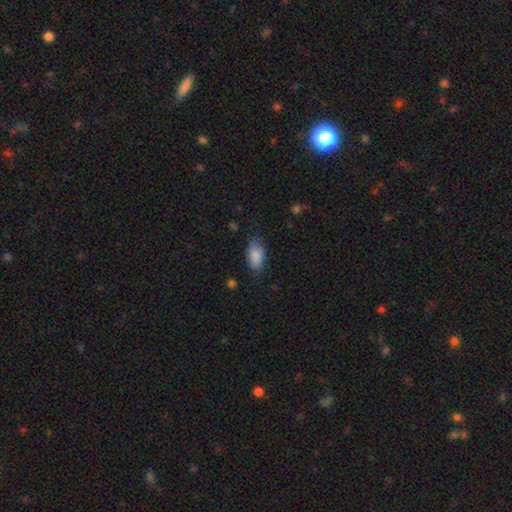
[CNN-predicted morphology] Smooth or featured? Predicted: smooth (p=0.87). How rounded? Predicted: in between (p=0.93). Merging? Predicted: none (p=0.72).